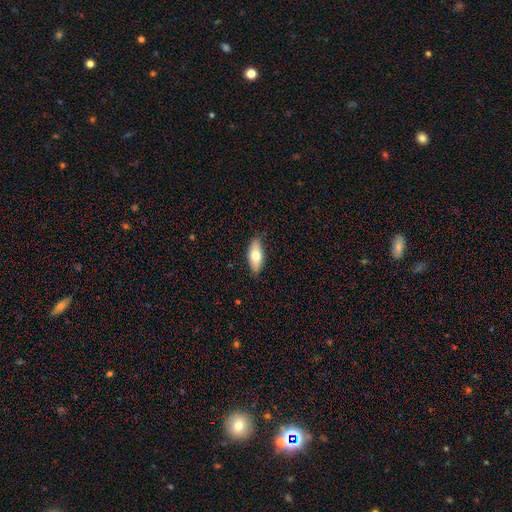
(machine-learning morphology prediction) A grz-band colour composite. It shows a smooth galaxy with no disk features (70%) that is in between round and cigar-shaped (81%). Merging: none (83%).